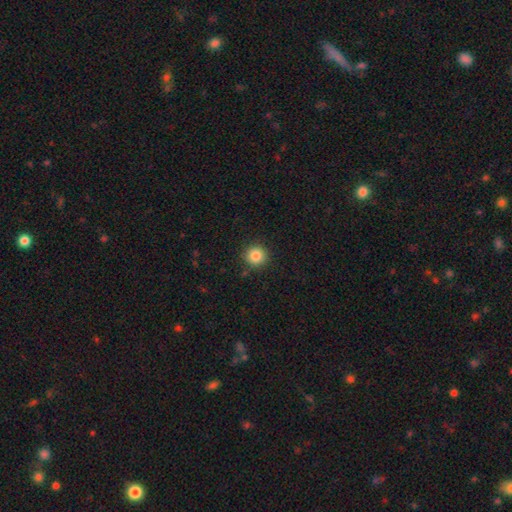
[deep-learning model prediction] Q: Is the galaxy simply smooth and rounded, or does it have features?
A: smooth — 85%.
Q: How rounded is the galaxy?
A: round — 94%.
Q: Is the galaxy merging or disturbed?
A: none — 90%.